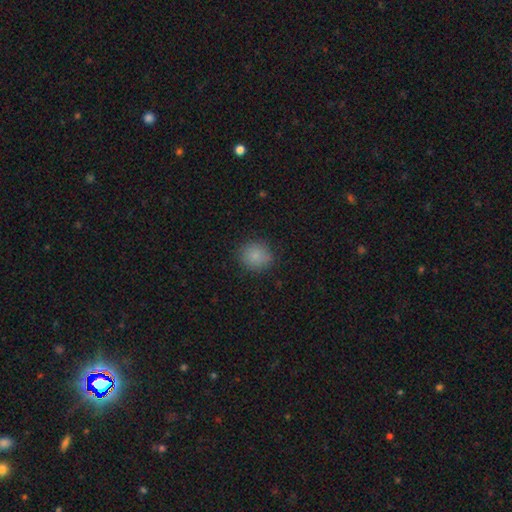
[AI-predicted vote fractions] A smooth galaxy with no disk features (83%) that is round (84%).

Vote fractions:
- Smooth or featured? smooth: 83% / star or artifact: 10% / featured or disk: 7%
- How rounded? round: 84% / in between: 15% / cigar-shaped: 1%
- Merging? none: 86% / minor disturbance: 10% / major disturbance: 3% / merger: 1%